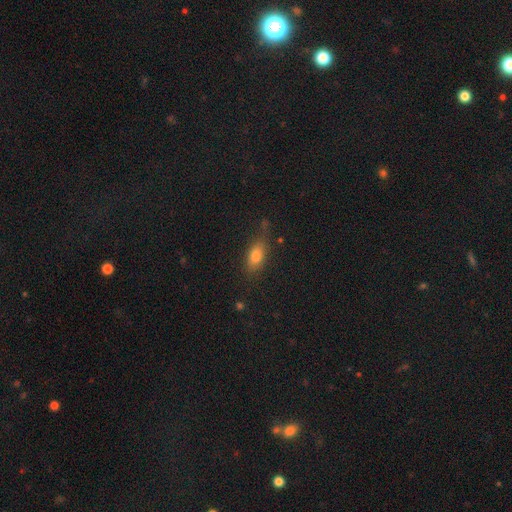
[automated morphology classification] type=smooth (74%); roundness=in between (76%); merging=none (72%).